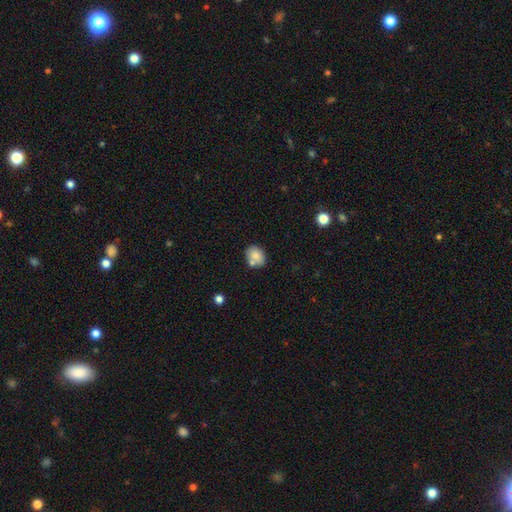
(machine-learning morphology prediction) smooth_or_featured: smooth (p=0.79) [alt: featured or disk p=0.12]
how_rounded: in between (p=0.57) [alt: round p=0.42]
merging: none (p=0.60) [alt: merger p=0.20]